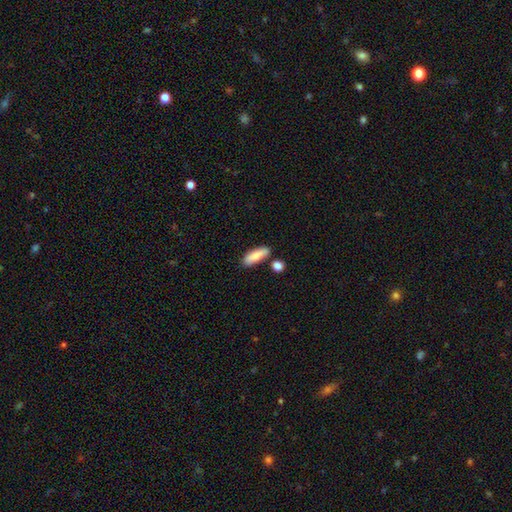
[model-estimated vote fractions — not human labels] Q: Smooth or featured?
A: smooth (83%); runner-up: featured or disk (11%)
Q: How rounded?
A: in between (57%); runner-up: cigar-shaped (40%)
Q: Merging?
A: none (75%); runner-up: minor disturbance (13%)